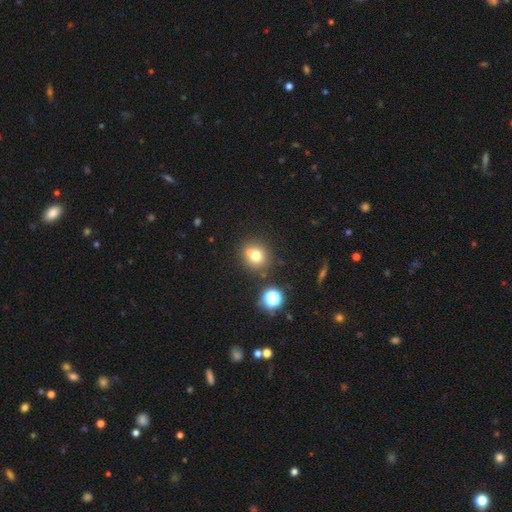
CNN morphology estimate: A smooth galaxy with no disk features (68%) that is round (86%).

Vote fractions:
- Smooth or featured? smooth: 68% / star or artifact: 17% / featured or disk: 15%
- How rounded? round: 86% / in between: 14% / cigar-shaped: 1%
- Merging? none: 59% / merger: 29% / minor disturbance: 9% / major disturbance: 3%